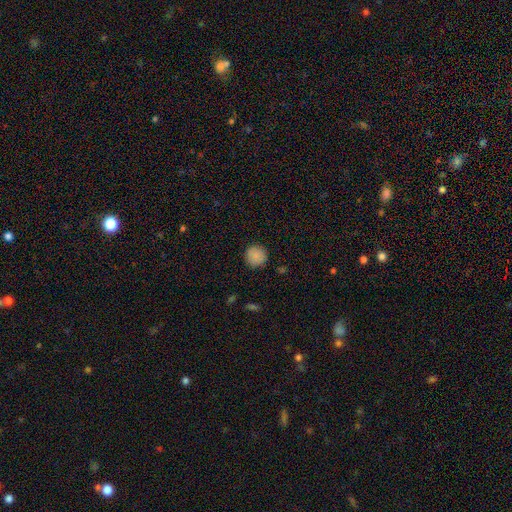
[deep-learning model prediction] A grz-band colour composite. It shows a smooth galaxy with no disk features (87%) that is round (94%). Merging: none (89%).